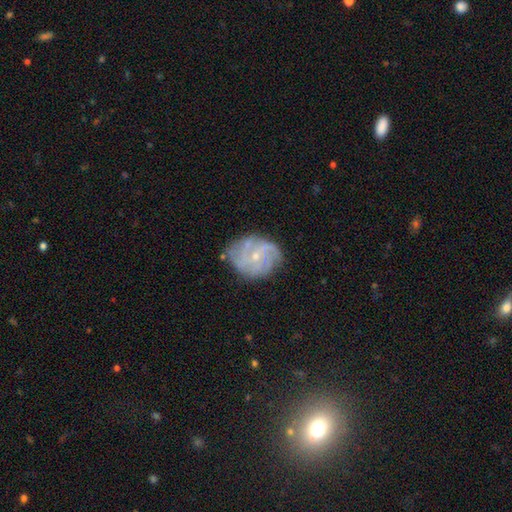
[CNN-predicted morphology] Q: Smooth or featured?
A: featured or disk (68%); runner-up: smooth (19%)
Q: Edge-on disk?
A: no (97%); runner-up: yes (3%)
Q: Bar?
A: no (61%); runner-up: weak (32%)
Q: Spiral arms?
A: yes (83%); runner-up: no (17%)
Q: Spiral winding?
A: tight (48%); runner-up: medium (34%)
Q: Spiral arm count?
A: can't tell (44%); runner-up: 2 (14%)
Q: Bulge size?
A: small (76%); runner-up: moderate (19%)
Q: Merging?
A: none (73%); runner-up: minor disturbance (18%)